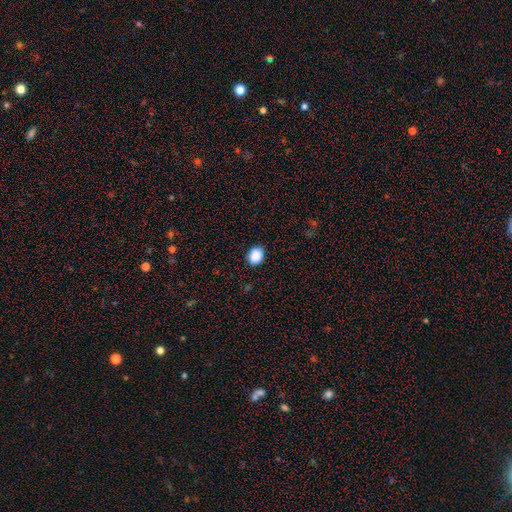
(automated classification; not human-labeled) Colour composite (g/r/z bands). It shows a smooth galaxy with no disk features (89%) that is in between round and cigar-shaped (51%). Merging: none (89%).